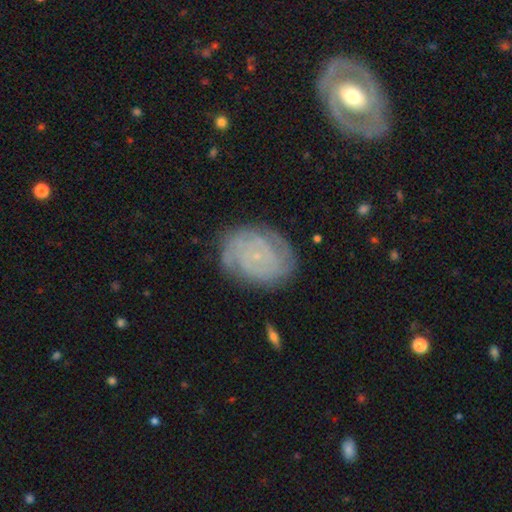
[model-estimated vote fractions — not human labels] This is likely a featured or disk galaxy (78%). It is clearly not viewed edge-on (97%). Bar: likely no (76%). Spiral arm pattern: clearly yes (95%). Spiral arm count: marginally can't tell (34%). Spiral winding: likely tight (76%). Central bulge: clearly small (84%). Merging: likely none (78%).